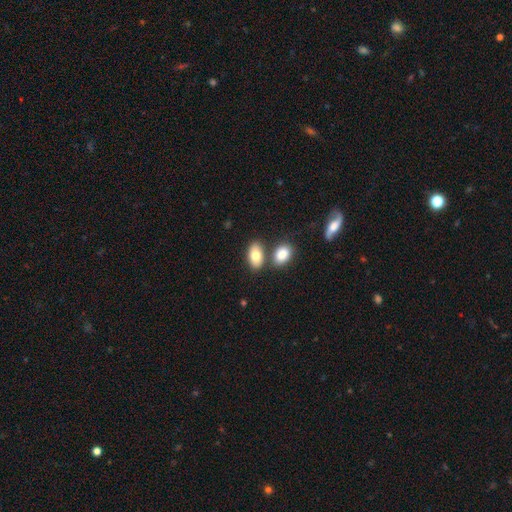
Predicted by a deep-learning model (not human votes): Smooth or featured?
  - smooth: 79% *
  - featured or disk: 14%
  - star or artifact: 7%
How rounded?
  - in between: 92% *
  - round: 6%
  - cigar-shaped: 2%
Merging?
  - none: 64% *
  - merger: 23%
  - minor disturbance: 10%
  - major disturbance: 3%